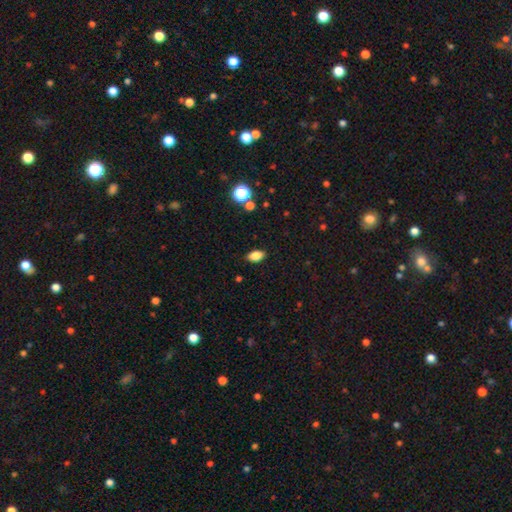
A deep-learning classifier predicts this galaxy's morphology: smooth 83%, star or artifact 11%, featured or disk 6%. Down the decision tree: how rounded — in between (88%); merging — none (87%).